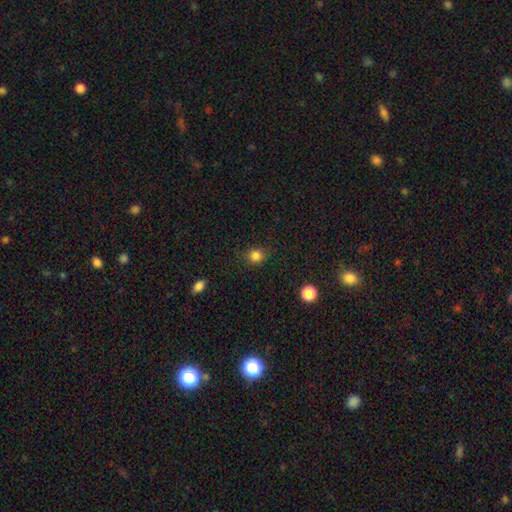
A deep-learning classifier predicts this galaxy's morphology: Q: Smooth or featured?
A: smooth (84%); runner-up: star or artifact (12%)
Q: How rounded?
A: round (81%); runner-up: in between (18%)
Q: Merging?
A: none (82%); runner-up: minor disturbance (13%)